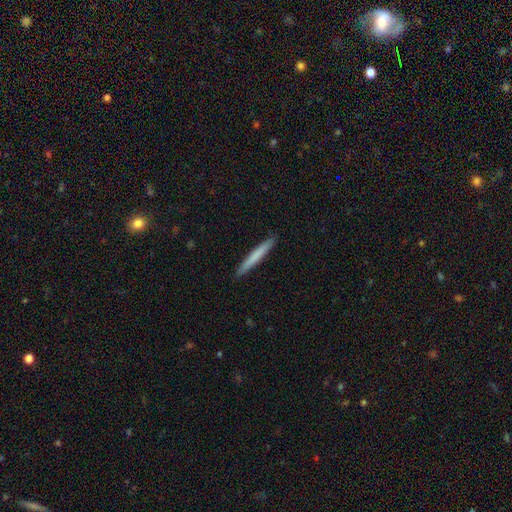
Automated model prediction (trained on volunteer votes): Morphology: type=smooth (70%); roundness=cigar-shaped (97%); merging=none (92%).